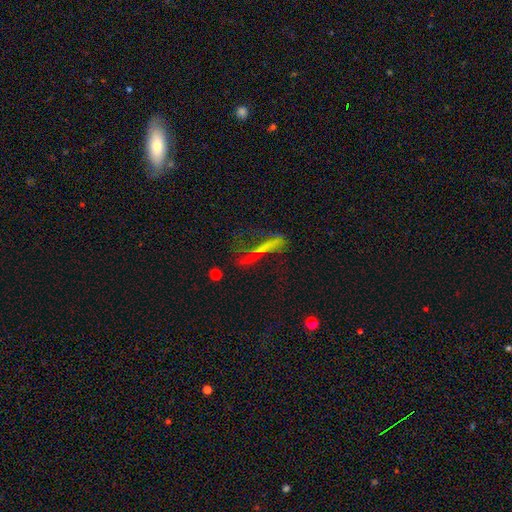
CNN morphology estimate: This is marginally a smooth galaxy (42%). Merging: marginally major disturbance (39%).